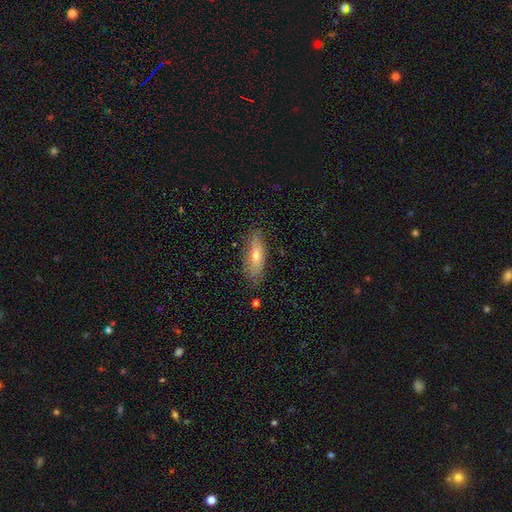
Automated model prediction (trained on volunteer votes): The model was most divided on "how rounded": in between: 51%, cigar-shaped: 46%, round: 3%. More confident: merging — none (82%); smooth or featured — smooth (56%).